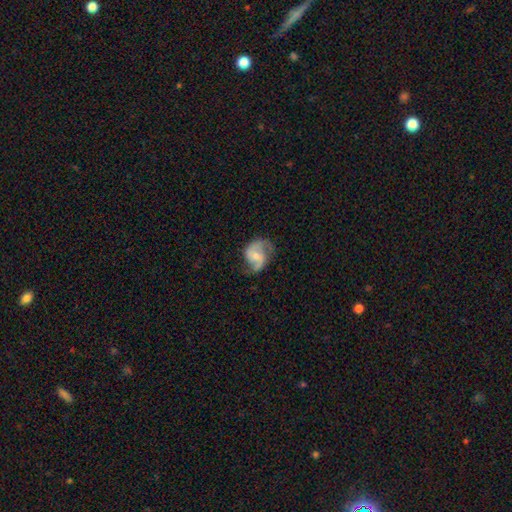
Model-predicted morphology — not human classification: This is likely a featured or disk galaxy (80%). It is clearly not viewed edge-on (98%). Bar: possibly no (52%). Spiral arm pattern: clearly yes (95%). Spiral arm count: clearly 2 (88%). Spiral winding: possibly medium (46%). Central bulge: possibly small (52%). Merging: likely none (63%).